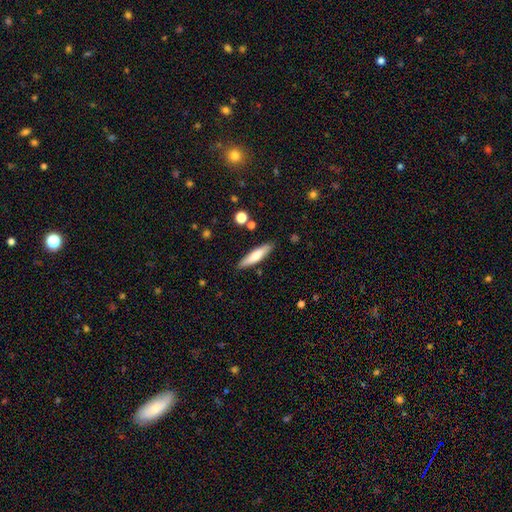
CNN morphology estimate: This is likely a smooth galaxy (69%). How rounded: likely cigar-shaped (77%). Merging: clearly none (86%).